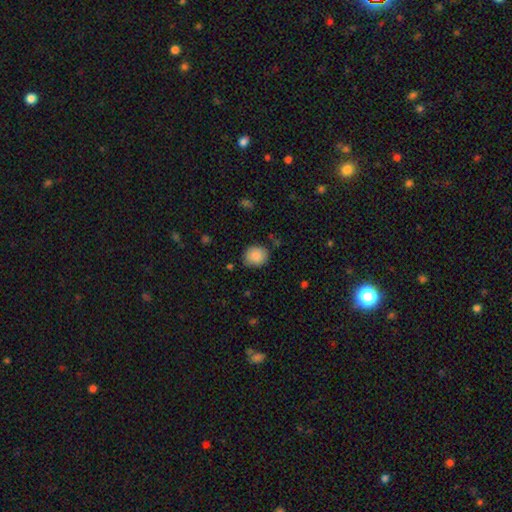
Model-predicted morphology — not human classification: Smooth or featured?
  - smooth: 88% *
  - star or artifact: 8%
  - featured or disk: 4%
How rounded?
  - round: 75% *
  - in between: 25%
  - cigar-shaped: 1%
Merging?
  - none: 79% *
  - minor disturbance: 15%
  - major disturbance: 4%
  - merger: 2%